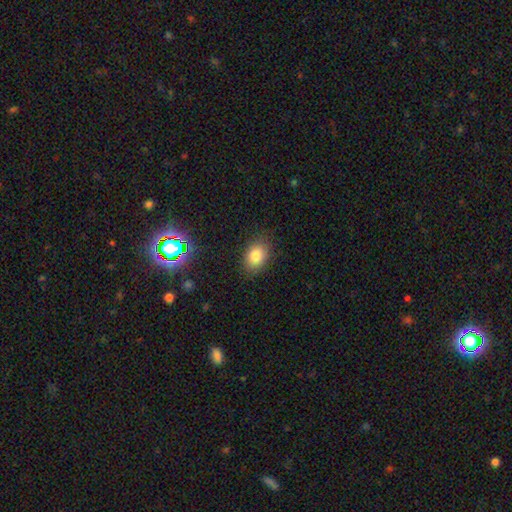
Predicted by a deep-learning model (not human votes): Overall: smooth (82%). How rounded: in between (72%). Merging: none (84%).